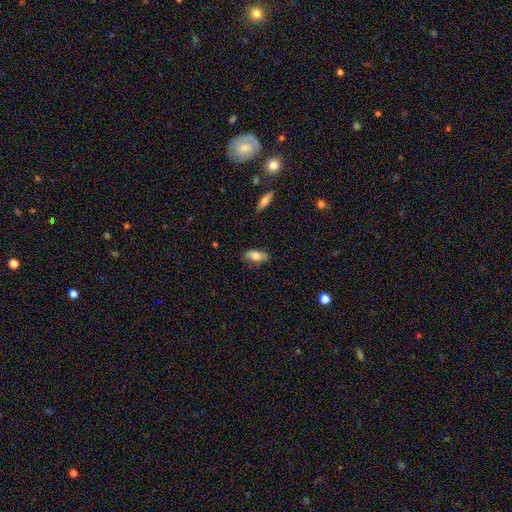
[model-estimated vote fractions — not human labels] This is likely a smooth galaxy (80%). How rounded: clearly in between (85%). Merging: likely none (79%).